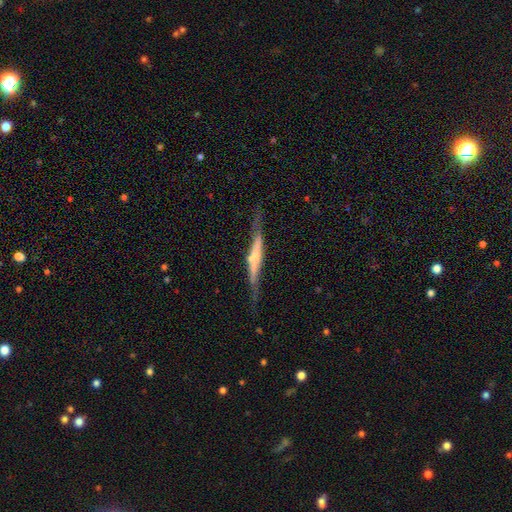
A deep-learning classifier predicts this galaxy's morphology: Overall: featured or disk (70%). Edge-on disk: yes (93%). Edge-on bulge: rounded (52%; none 28%). Merging: none (67%).